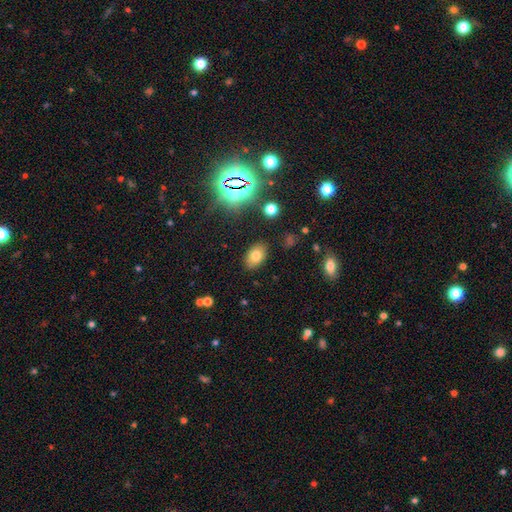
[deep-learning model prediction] smooth_or_featured: smooth (p=0.76) [alt: star or artifact p=0.13]
how_rounded: in between (p=0.89) [alt: round p=0.10]
merging: none (p=0.85) [alt: minor disturbance p=0.10]